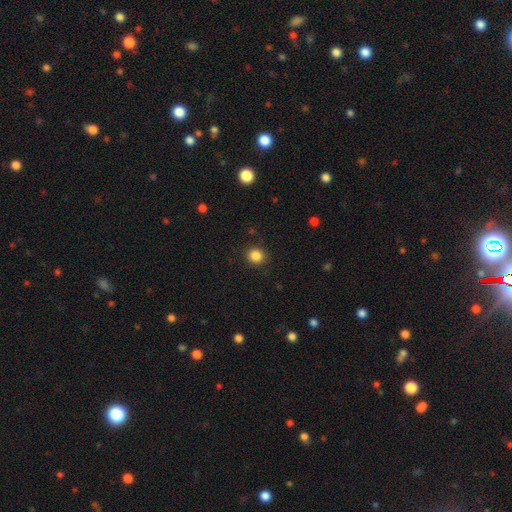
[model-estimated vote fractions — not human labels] smooth_or_featured: smooth (p=0.85) [alt: star or artifact p=0.11]
how_rounded: round (p=0.89) [alt: in between p=0.10]
merging: none (p=0.89) [alt: minor disturbance p=0.07]